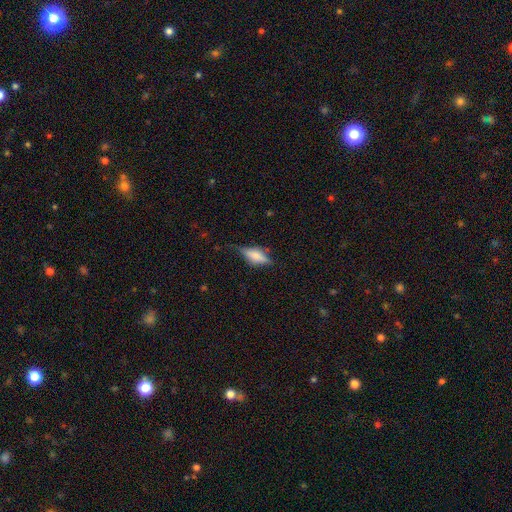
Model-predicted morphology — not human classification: featured or disk 46%, smooth 44%, star or artifact 9%. Down the decision tree: merging — none (63%).